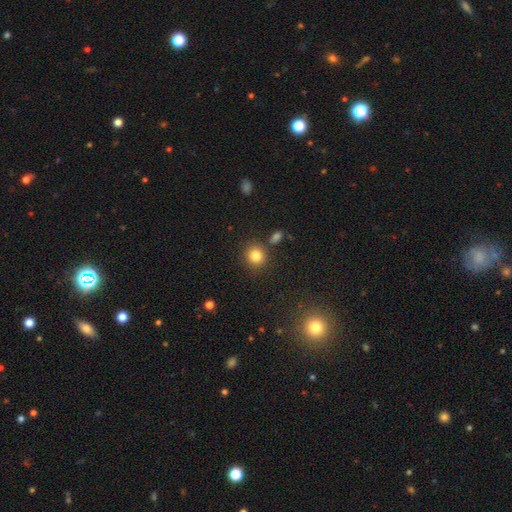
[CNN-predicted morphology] Smooth or featured: smooth — 83% (star or artifact — 11%)
How rounded: round — 88% (in between — 11%)
Merging: none — 83% (minor disturbance — 8%)